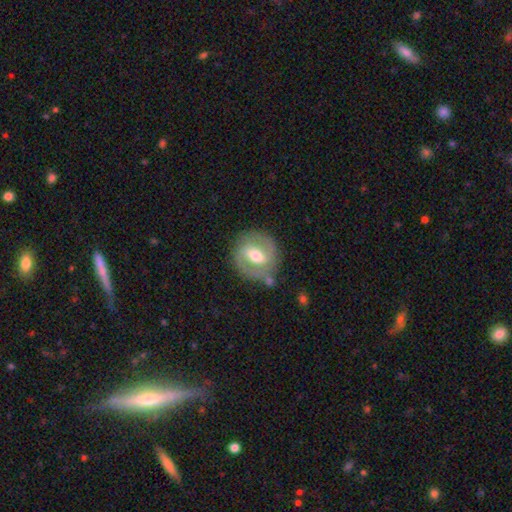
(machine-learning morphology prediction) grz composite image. It shows a featured or disk galaxy (69%) with a weak bar (50%), 2 (84%) medium (46%) spiral arms (77%) and a moderate central bulge (72%). Merging: none (75%).